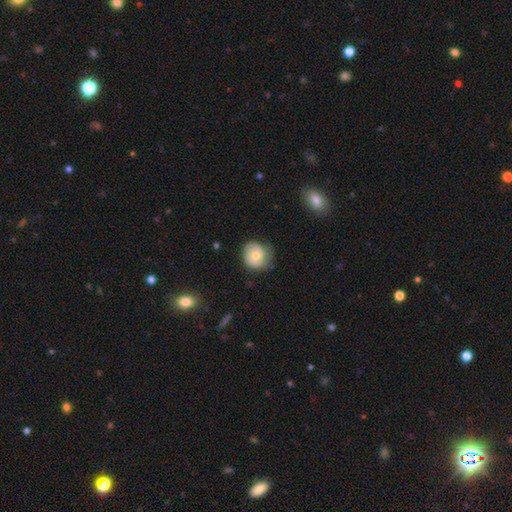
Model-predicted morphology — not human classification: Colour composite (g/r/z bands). It shows a smooth galaxy with no disk features (58%) that is round (77%). Merging: none (62%).